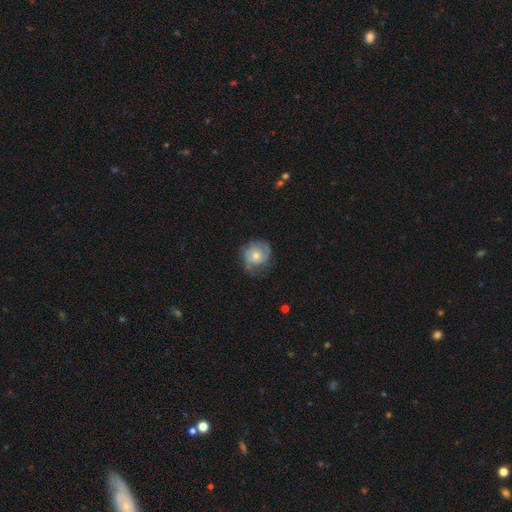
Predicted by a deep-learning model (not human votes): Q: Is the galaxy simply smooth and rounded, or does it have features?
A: featured or disk — 55%.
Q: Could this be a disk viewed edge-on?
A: no — 97%.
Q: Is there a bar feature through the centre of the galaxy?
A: no — 80%.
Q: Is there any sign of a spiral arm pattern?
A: yes — 82%.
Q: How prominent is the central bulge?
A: moderate — 57%.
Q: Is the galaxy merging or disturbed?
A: none — 64%.